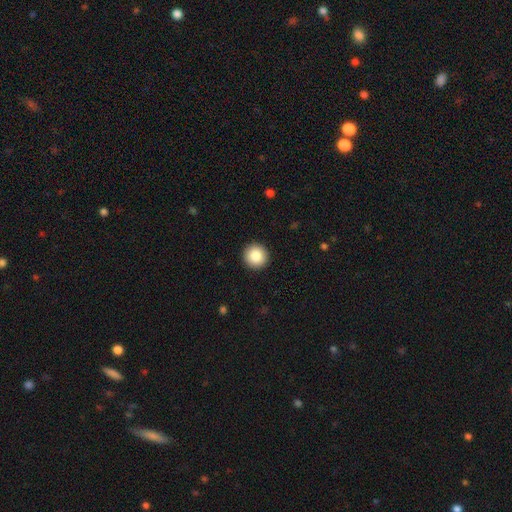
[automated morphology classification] A smooth galaxy with no disk features (86%) that is round (96%).

Vote fractions:
- Smooth or featured? smooth: 86% / star or artifact: 8% / featured or disk: 6%
- How rounded? round: 96% / in between: 3% / cigar-shaped: 1%
- Merging? none: 93% / minor disturbance: 4% / major disturbance: 1% / merger: 1%